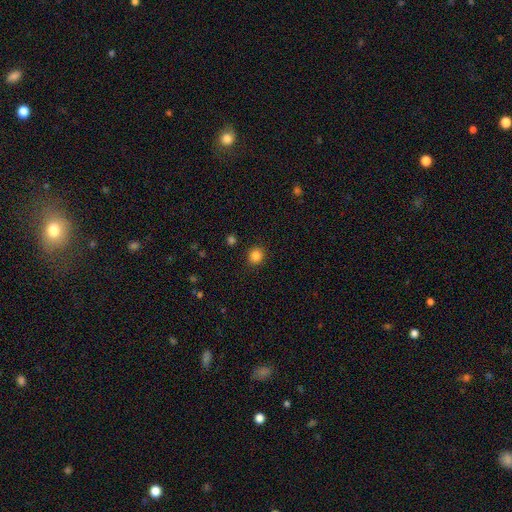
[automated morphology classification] Smooth or featured? smooth (85%)
How rounded? round (89%)
Merging? none (90%)